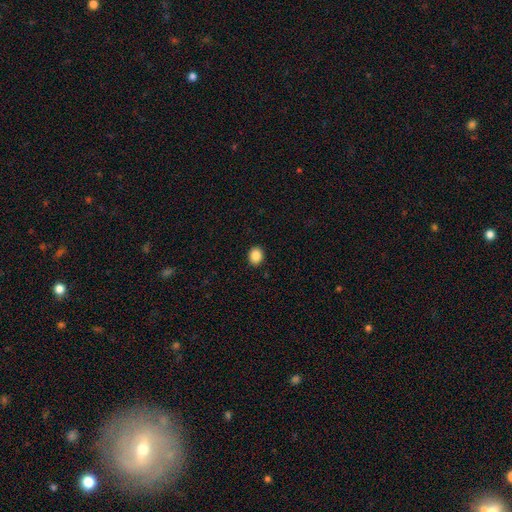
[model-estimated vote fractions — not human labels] Smooth or featured: smooth — 87% (star or artifact — 9%)
How rounded: round — 57% (in between — 43%)
Merging: none — 92% (minor disturbance — 6%)